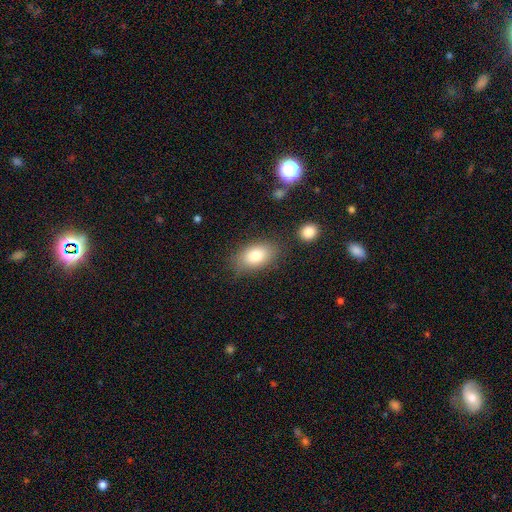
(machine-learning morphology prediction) type=smooth (80%); roundness=in between (89%); merging=none (77%).